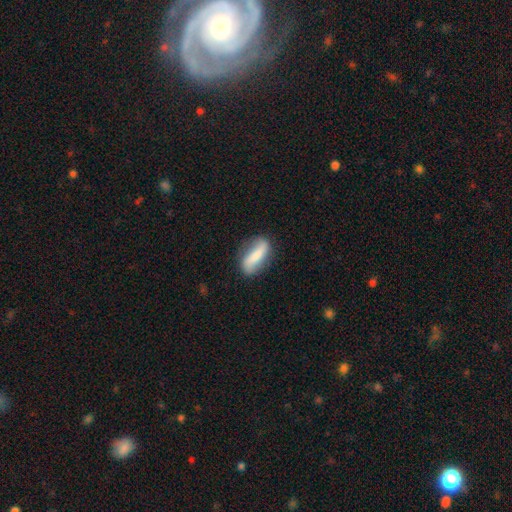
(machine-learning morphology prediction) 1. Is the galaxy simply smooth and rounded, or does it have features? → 51% smooth, 42% featured or disk, 7% star or artifact.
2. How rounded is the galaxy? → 61% in between, 35% cigar-shaped, 4% round.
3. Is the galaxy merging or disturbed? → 77% none, 16% minor disturbance, 5% major disturbance, 2% merger.